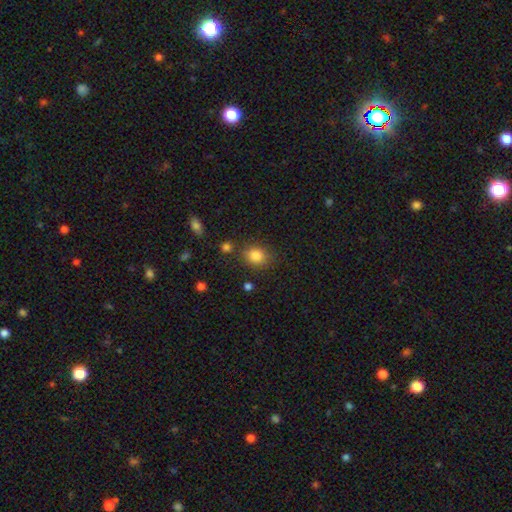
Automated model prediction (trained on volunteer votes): smooth_or_featured: smooth (p=0.84) [alt: star or artifact p=0.11]
how_rounded: round (p=0.63) [alt: in between p=0.36]
merging: none (p=0.78) [alt: minor disturbance p=0.12]